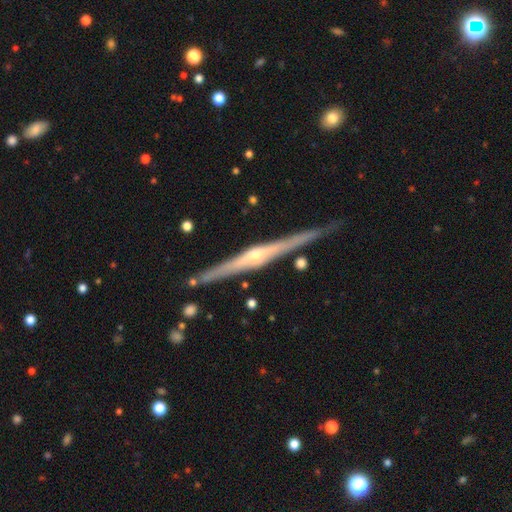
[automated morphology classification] This is clearly a featured or disk galaxy (85%). It is clearly viewed edge-on (98%). Edge-on bulge: likely rounded (74%). Merging: clearly none (86%).